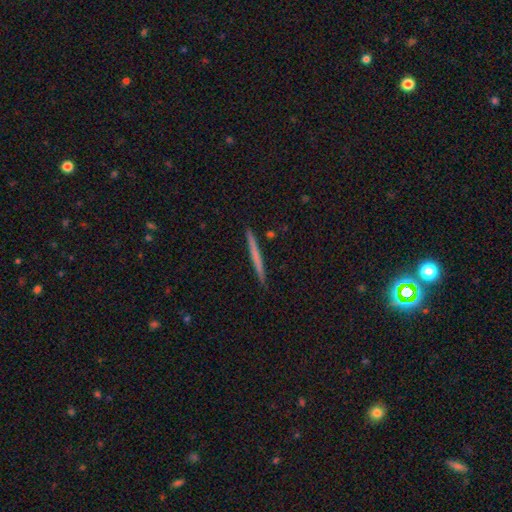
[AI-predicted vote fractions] Morphology: type=smooth (53%); roundness=cigar-shaped (97%); merging=none (92%).